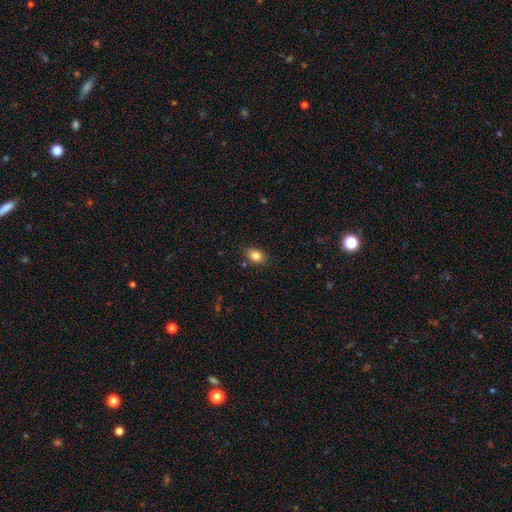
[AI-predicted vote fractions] A smooth galaxy with no disk features (84%) that is in between round and cigar-shaped (76%). Merging: none (83%).